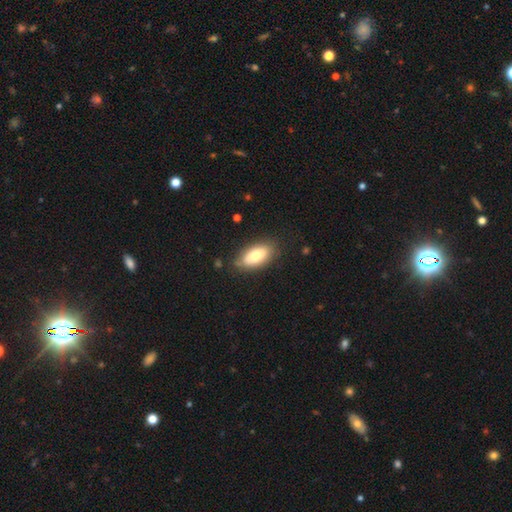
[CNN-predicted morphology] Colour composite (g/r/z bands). It shows a smooth galaxy with no disk features (78%) that is in between round and cigar-shaped (88%). Merging: none (81%).